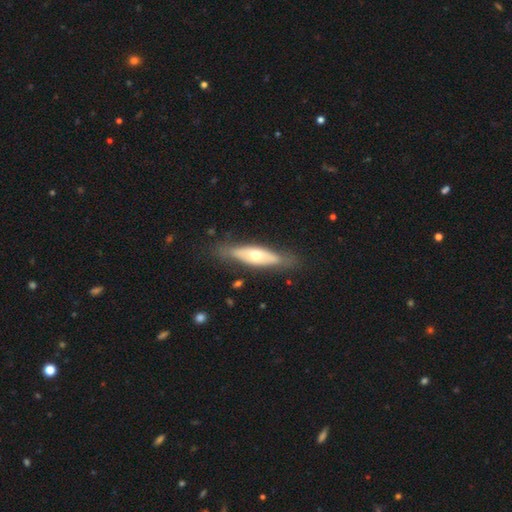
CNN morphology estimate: Q: Smooth or featured?
A: featured or disk (53%); runner-up: smooth (42%)
Q: Edge-on disk?
A: yes (56%); runner-up: no (44%)
Q: Merging?
A: none (75%); runner-up: minor disturbance (17%)